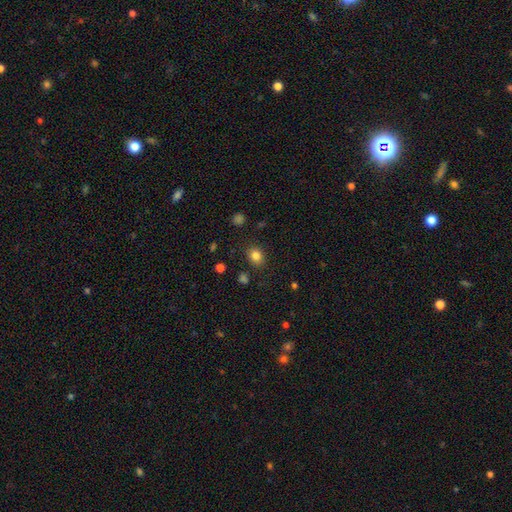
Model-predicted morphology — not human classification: smooth_or_featured: smooth (p=0.82) [alt: star or artifact p=0.12]
how_rounded: round (p=0.63) [alt: in between p=0.36]
merging: none (p=0.86) [alt: minor disturbance p=0.09]